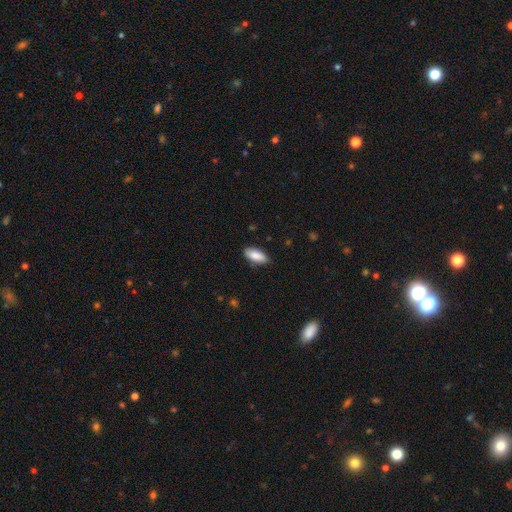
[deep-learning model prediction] The model was most divided on "how rounded": in between: 83%, cigar-shaped: 15%, round: 2%. More confident: smooth or featured — smooth (86%); merging — none (83%).